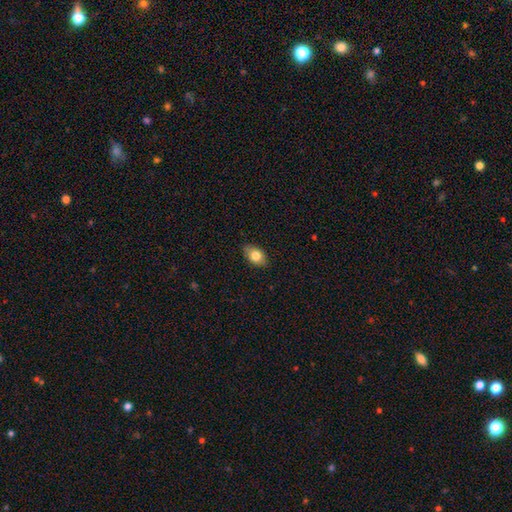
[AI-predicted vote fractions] smooth-or-featured: smooth: 79% | featured or disk: 13% | star or artifact: 8%
  how-rounded: in between: 84% | round: 14% | cigar-shaped: 2%
  merging: none: 84% | minor disturbance: 12% | major disturbance: 2% | merger: 1%